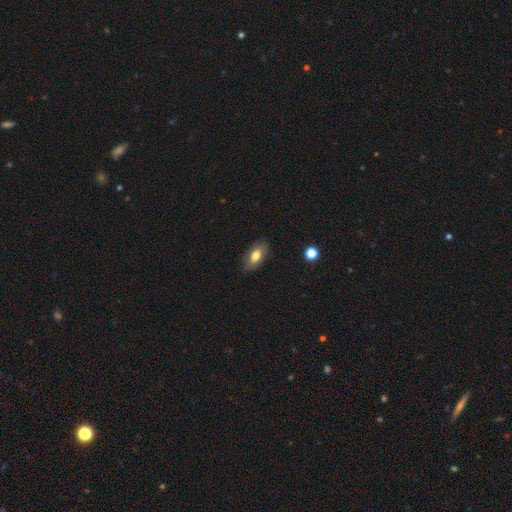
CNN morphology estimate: This is likely a smooth galaxy (73%). How rounded: clearly in between (90%). Merging: clearly none (83%).